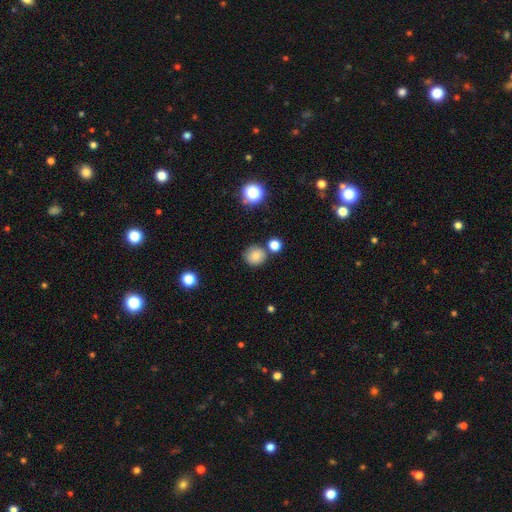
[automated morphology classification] Smooth or featured? Predicted: smooth (p=0.81). How rounded? Predicted: round (p=0.88). Merging? Predicted: none (p=0.76).